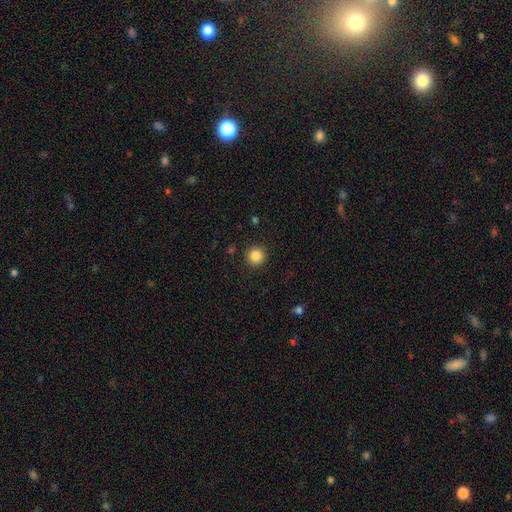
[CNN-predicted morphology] A smooth galaxy with no disk features (85%) that is round (93%). Merging: none (91%).